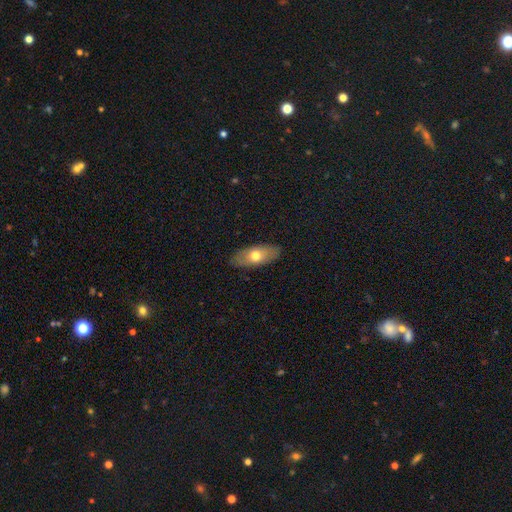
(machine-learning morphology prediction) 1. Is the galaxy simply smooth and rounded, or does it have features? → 65% smooth, 29% featured or disk, 6% star or artifact.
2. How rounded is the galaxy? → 83% in between, 13% cigar-shaped, 4% round.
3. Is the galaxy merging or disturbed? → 87% none, 10% minor disturbance, 2% major disturbance, 1% merger.